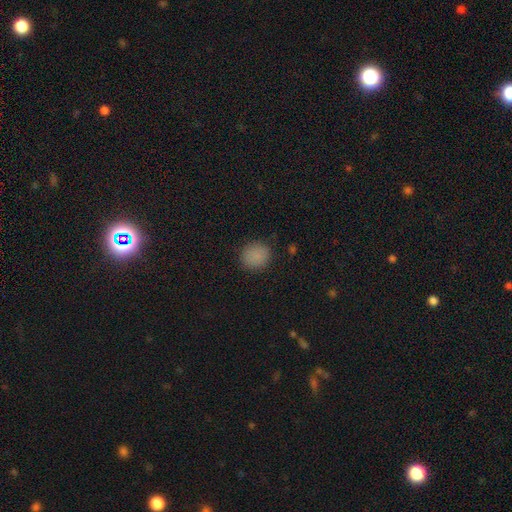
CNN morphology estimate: type=smooth (85%); roundness=round (81%); merging=none (87%).